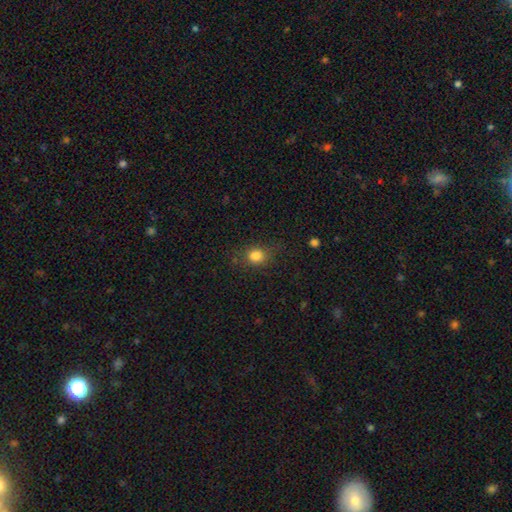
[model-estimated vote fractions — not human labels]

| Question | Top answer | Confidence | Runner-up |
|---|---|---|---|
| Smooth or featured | smooth | 82% | star or artifact (12%) |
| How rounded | round | 61% | in between (38%) |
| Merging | none | 72% | minor disturbance (18%) |